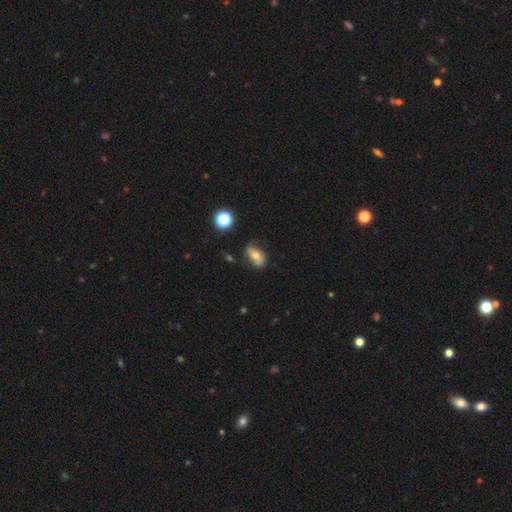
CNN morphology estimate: Q: Smooth or featured?
A: featured or disk (45%); runner-up: smooth (44%)
Q: Merging?
A: none (60%); runner-up: minor disturbance (26%)